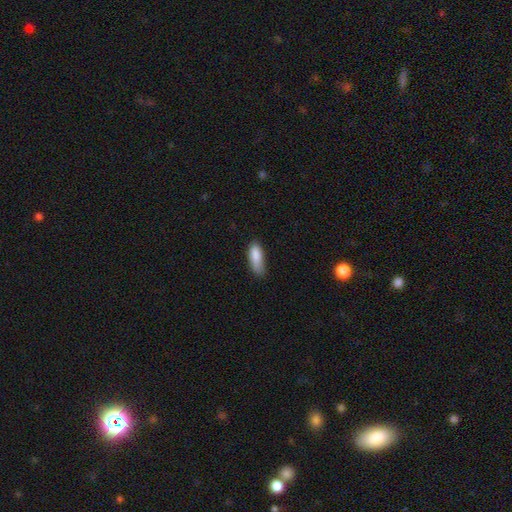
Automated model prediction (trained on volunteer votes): Smooth or featured: smooth — 86% (star or artifact — 7%)
How rounded: in between — 69% (cigar-shaped — 29%)
Merging: none — 58% (minor disturbance — 33%)